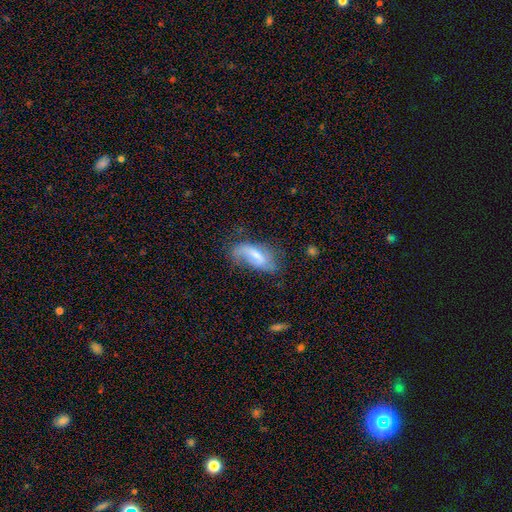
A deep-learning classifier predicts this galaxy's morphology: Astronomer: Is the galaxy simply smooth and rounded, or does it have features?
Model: smooth — 50% (runner-up: featured or disk, 42%).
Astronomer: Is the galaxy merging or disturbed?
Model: none — 39% (runner-up: minor disturbance, 30%).